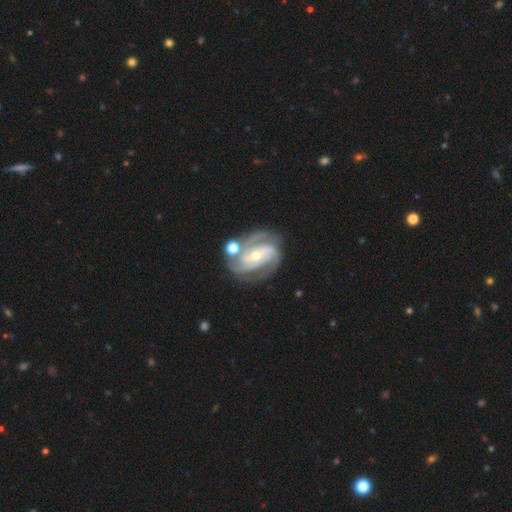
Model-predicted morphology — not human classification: A featured or disk galaxy (89%) with a strong bar (38%), 2 (48%) tight (49%) spiral arms (97%) and a small central bulge (59%).

Vote fractions:
- Smooth or featured? featured or disk: 89% / smooth: 6% / star or artifact: 5%
- Edge-on disk? no: 97% / yes: 3%
- Bar? strong: 38% / weak: 33% / no: 28%
- Spiral arms? yes: 97% / no: 3%
- Spiral winding? tight: 49% / medium: 42% / loose: 8%
- Spiral arm count? 2: 48% / 3: 32% / can't tell: 8% / 4: 5% / 1: 3% / more than 4: 3%
- Bulge size? small: 59% / moderate: 37% / large: 2% / none: 1% / dominant: 1%
- Merging? none: 64% / minor disturbance: 16% / merger: 12% / major disturbance: 8%